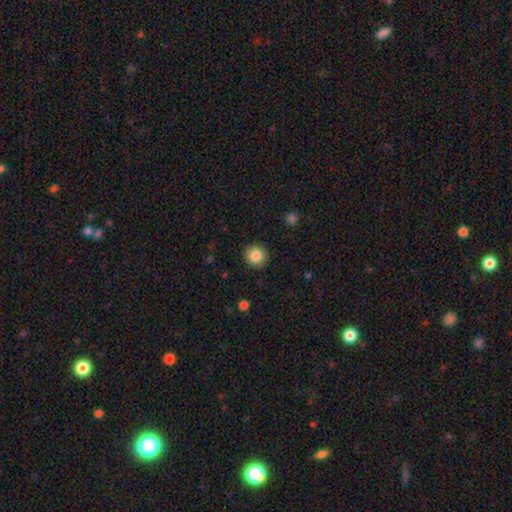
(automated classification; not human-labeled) Q: Smooth or featured?
A: smooth (85%); runner-up: star or artifact (9%)
Q: How rounded?
A: round (94%); runner-up: in between (5%)
Q: Merging?
A: none (91%); runner-up: minor disturbance (6%)